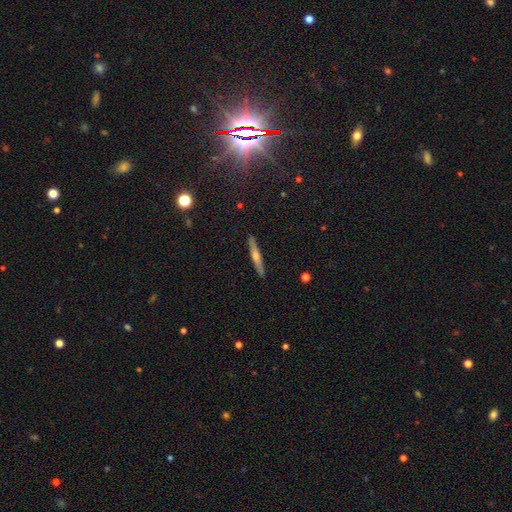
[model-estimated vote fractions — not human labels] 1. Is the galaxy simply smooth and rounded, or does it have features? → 54% featured or disk, 38% smooth, 8% star or artifact.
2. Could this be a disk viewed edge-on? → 96% yes, 4% no.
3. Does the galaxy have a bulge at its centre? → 72% rounded, 21% none, 7% boxy.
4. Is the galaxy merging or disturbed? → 91% none, 7% minor disturbance, 1% major disturbance, 1% merger.